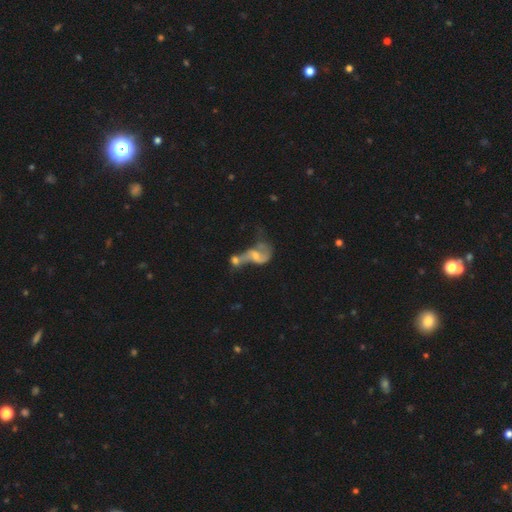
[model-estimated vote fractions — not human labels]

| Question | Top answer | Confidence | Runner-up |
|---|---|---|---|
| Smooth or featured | featured or disk | 60% | smooth (29%) |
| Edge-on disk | no | 95% | yes (5%) |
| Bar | no | 57% | weak (33%) |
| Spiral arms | yes | 61% | no (39%) |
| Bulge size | small | 36% | moderate (35%) |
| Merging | merger | 65% | major disturbance (17%) |